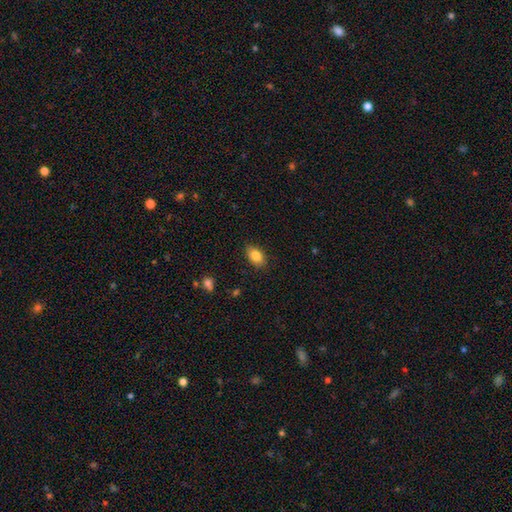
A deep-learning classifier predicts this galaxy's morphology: This is clearly a smooth galaxy (85%). How rounded: clearly in between (86%). Merging: clearly none (86%).